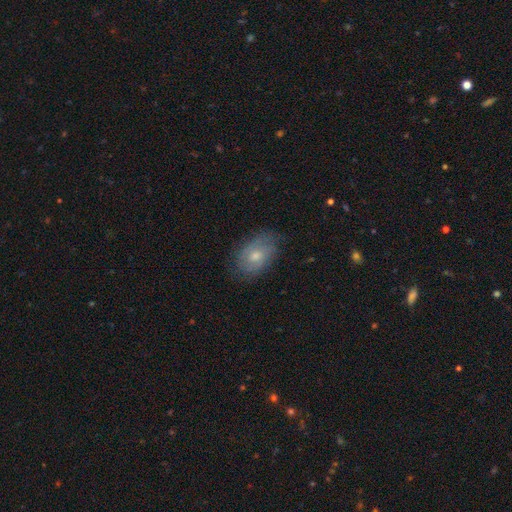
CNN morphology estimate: A smooth galaxy with no disk features (55%) that is in between round and cigar-shaped (84%).

Vote fractions:
- Smooth or featured? smooth: 55% / featured or disk: 37% / star or artifact: 8%
- How rounded? in between: 84% / round: 15% / cigar-shaped: 1%
- Merging? none: 71% / minor disturbance: 22% / major disturbance: 6% / merger: 1%